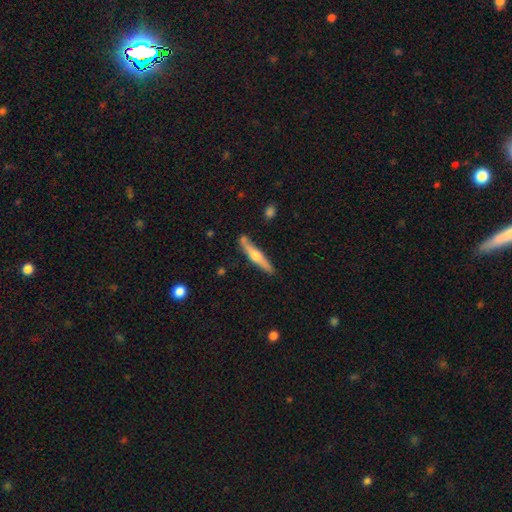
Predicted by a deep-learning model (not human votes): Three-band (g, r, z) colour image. It shows a featured or disk galaxy (55%) viewed edge-on (95%) with a rounded central bulge (89%). Merging: none (82%).